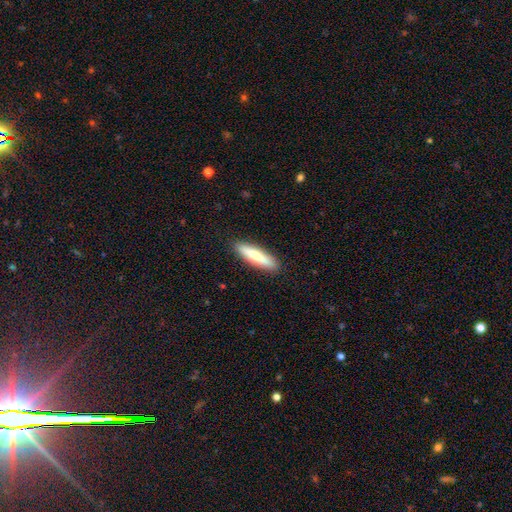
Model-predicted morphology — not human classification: A smooth galaxy with no disk features (67%) that is cigar-shaped (75%). Merging: none (90%).